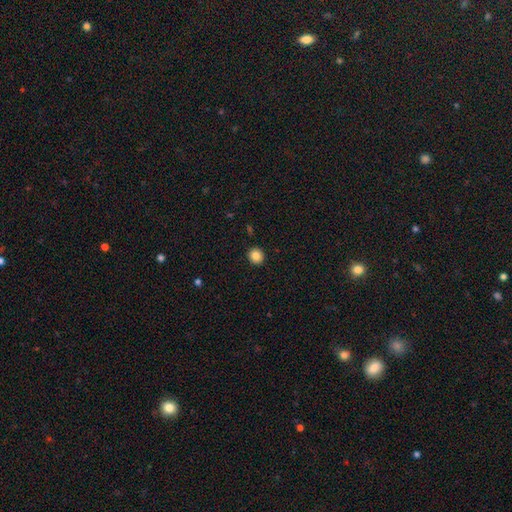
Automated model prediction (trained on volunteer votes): Overall: smooth (84%). How rounded: round (89%). Merging: none (92%).